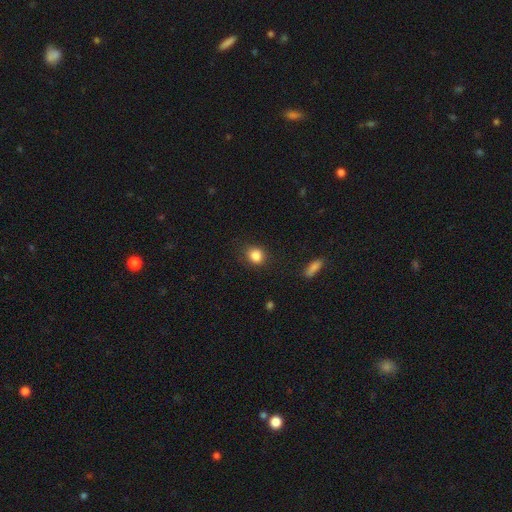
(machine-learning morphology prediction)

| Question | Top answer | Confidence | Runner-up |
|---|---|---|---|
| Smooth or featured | smooth | 86% | star or artifact (10%) |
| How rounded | round | 67% | in between (32%) |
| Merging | none | 79% | minor disturbance (15%) |